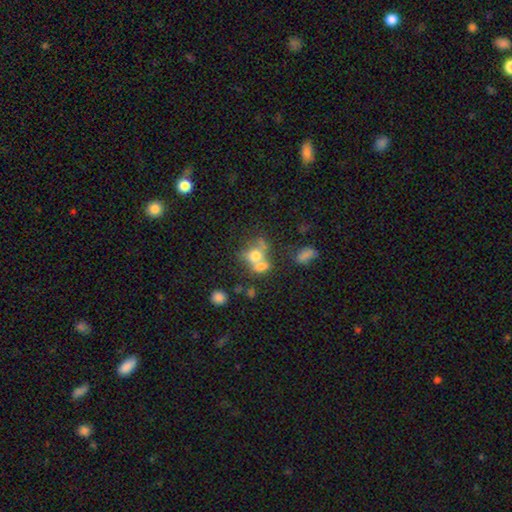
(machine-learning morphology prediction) This appears to be a smooth galaxy with no disk features (63%) that is round (52%). Merging: merger (54%).